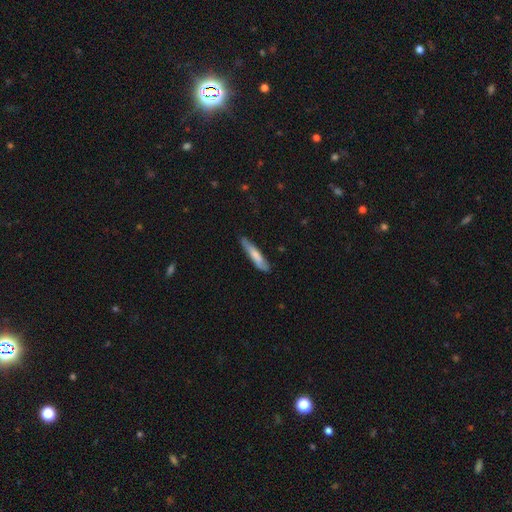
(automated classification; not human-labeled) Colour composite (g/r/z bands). It shows a smooth galaxy with no disk features (71%) that is cigar-shaped (86%). Merging: none (75%).